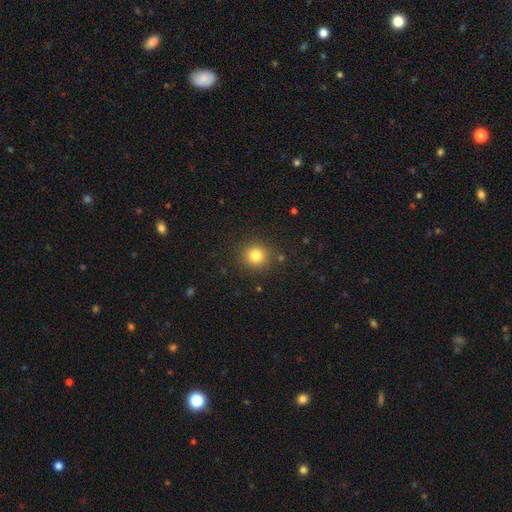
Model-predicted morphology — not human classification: A smooth galaxy with no disk features (82%) that is round (93%). Merging: none (89%).